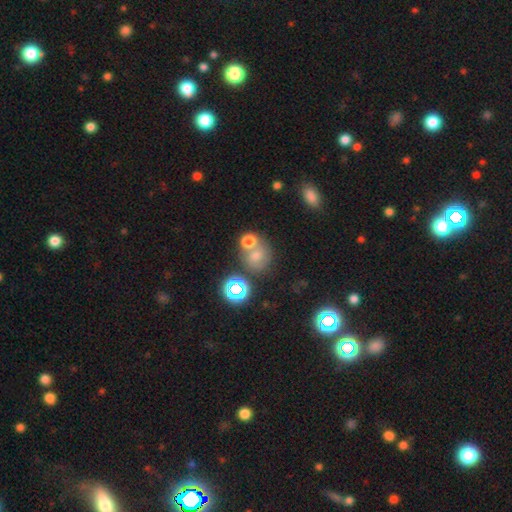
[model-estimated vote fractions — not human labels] The model was most divided on "merging": none: 46%, merger: 37%, minor disturbance: 11%, major disturbance: 6%. More confident: how rounded — round (73%); smooth or featured — smooth (55%).